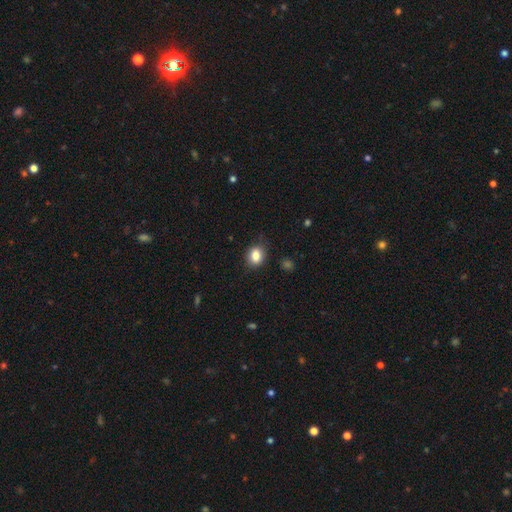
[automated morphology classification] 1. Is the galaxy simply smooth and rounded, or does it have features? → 84% smooth, 9% star or artifact, 7% featured or disk.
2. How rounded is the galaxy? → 53% in between, 46% round, 1% cigar-shaped.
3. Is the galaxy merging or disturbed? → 81% none, 15% minor disturbance, 3% major disturbance, 1% merger.